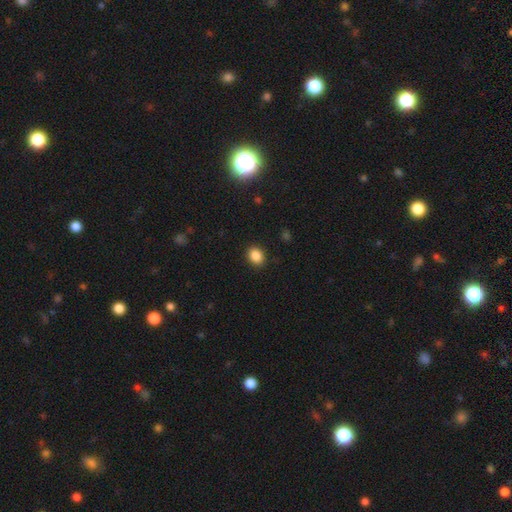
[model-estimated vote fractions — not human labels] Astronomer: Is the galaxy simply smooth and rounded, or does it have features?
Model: smooth — 87%.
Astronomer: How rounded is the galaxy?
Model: round — 51% (runner-up: in between, 48%).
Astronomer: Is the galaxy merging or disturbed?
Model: none — 90%.